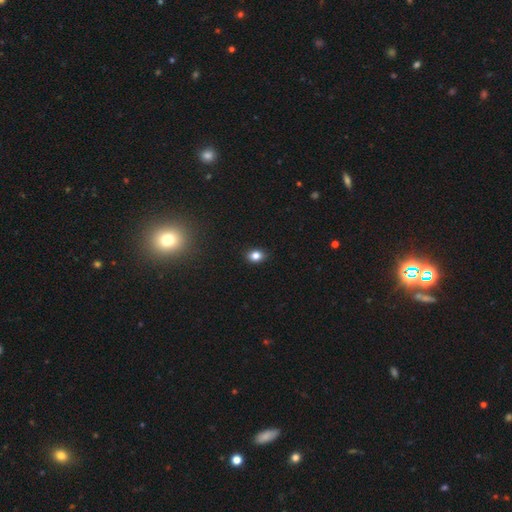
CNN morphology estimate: Q: Smooth or featured?
A: smooth (83%); runner-up: star or artifact (11%)
Q: How rounded?
A: in between (60%); runner-up: round (39%)
Q: Merging?
A: none (89%); runner-up: minor disturbance (8%)